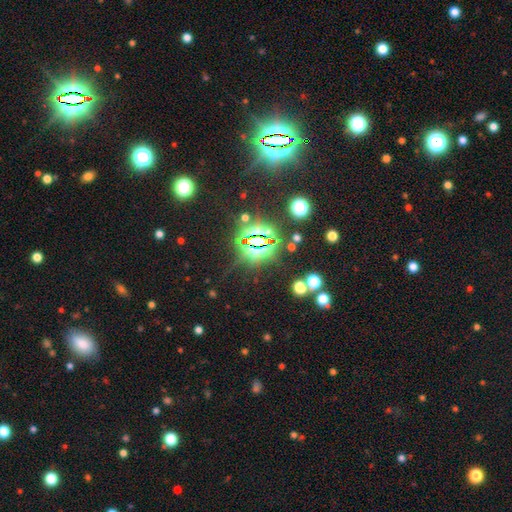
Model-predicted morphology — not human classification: Q: Smooth or featured?
A: star or artifact (84%); runner-up: smooth (10%)